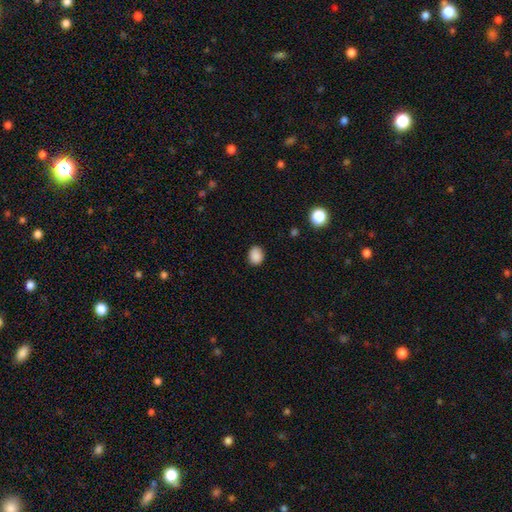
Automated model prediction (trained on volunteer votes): Smooth or featured? smooth (87%)
How rounded? round (55%)
Merging? none (83%)